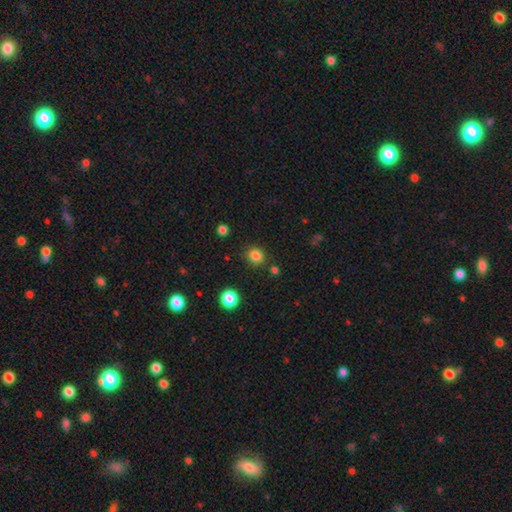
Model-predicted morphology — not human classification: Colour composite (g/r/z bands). It shows a smooth galaxy with no disk features (82%) that is round (77%). Merging: none (83%).